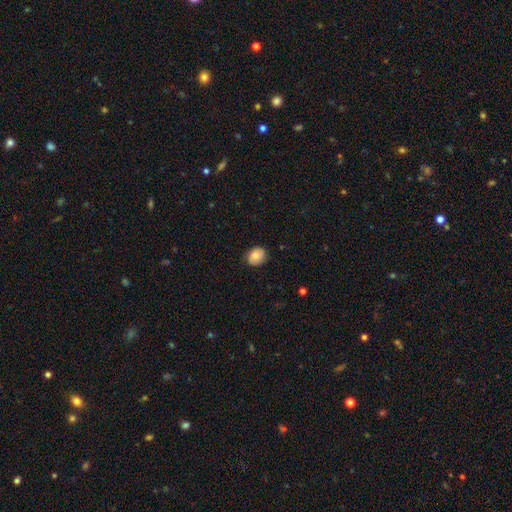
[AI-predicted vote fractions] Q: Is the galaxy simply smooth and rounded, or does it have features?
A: smooth — 82%.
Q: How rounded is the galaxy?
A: round — 53%.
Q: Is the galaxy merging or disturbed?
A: none — 82%.